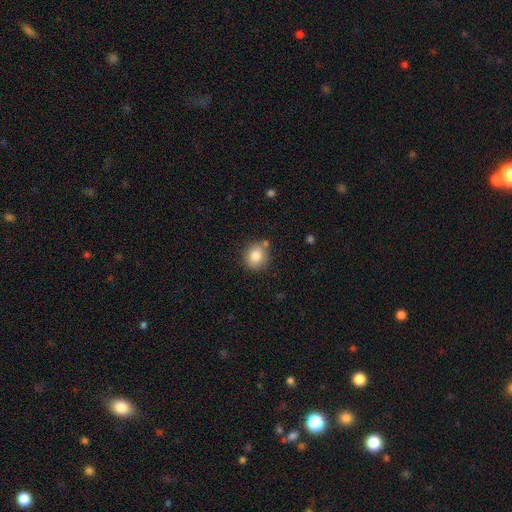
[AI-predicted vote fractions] Q: Smooth or featured?
A: smooth (82%); runner-up: star or artifact (9%)
Q: How rounded?
A: round (79%); runner-up: in between (20%)
Q: Merging?
A: none (78%); runner-up: minor disturbance (12%)